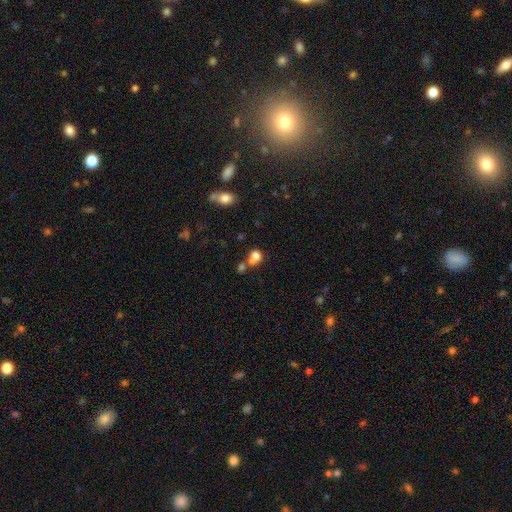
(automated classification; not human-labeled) Smooth or featured?
  - smooth: 76% *
  - star or artifact: 12%
  - featured or disk: 12%
How rounded?
  - round: 64% *
  - in between: 34%
  - cigar-shaped: 1%
Merging?
  - merger: 50% *
  - none: 32%
  - minor disturbance: 11%
  - major disturbance: 7%